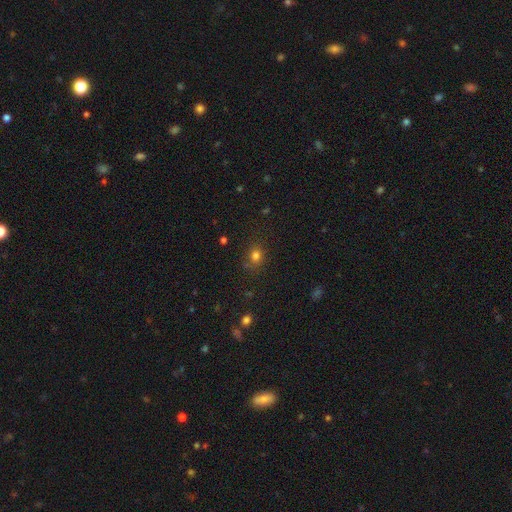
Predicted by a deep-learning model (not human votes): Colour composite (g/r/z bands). It shows a smooth galaxy with no disk features (78%) that is round (66%). Merging: none (77%).